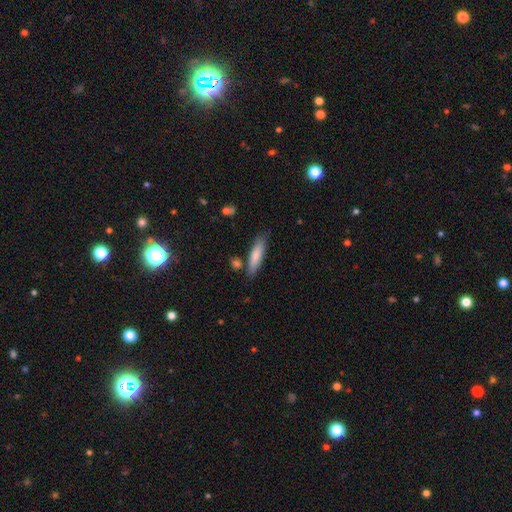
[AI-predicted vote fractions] This appears to be a smooth galaxy with no disk features (79%) that is cigar-shaped (73%). Merging: none (78%).